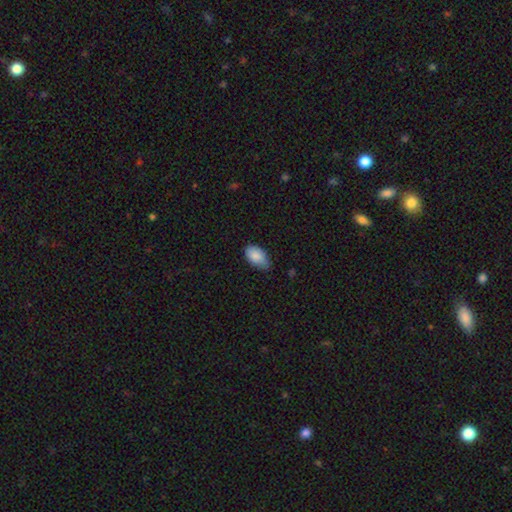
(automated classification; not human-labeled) This appears to be a smooth galaxy with no disk features (87%) that is in between round and cigar-shaped (94%). Merging: none (59%).